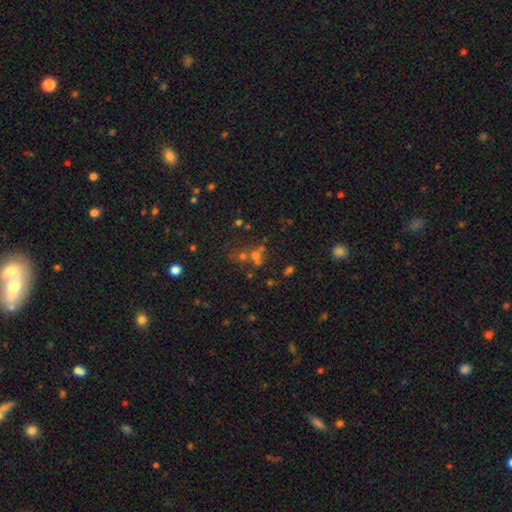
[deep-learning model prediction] Smooth or featured: star or artifact — 46% (smooth — 39%)